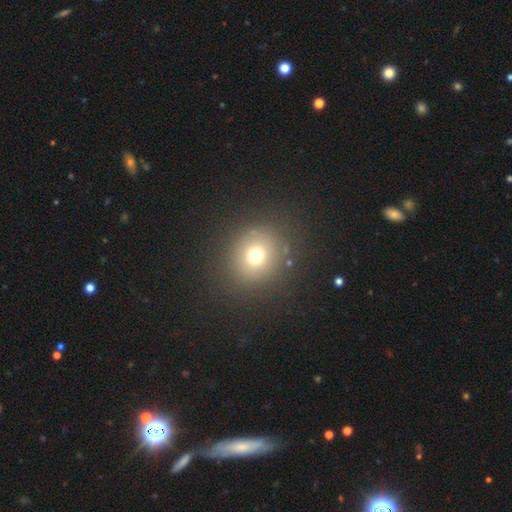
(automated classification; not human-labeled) Q: Smooth or featured?
A: smooth (70%); runner-up: star or artifact (19%)
Q: How rounded?
A: round (87%); runner-up: in between (12%)
Q: Merging?
A: none (85%); runner-up: minor disturbance (8%)